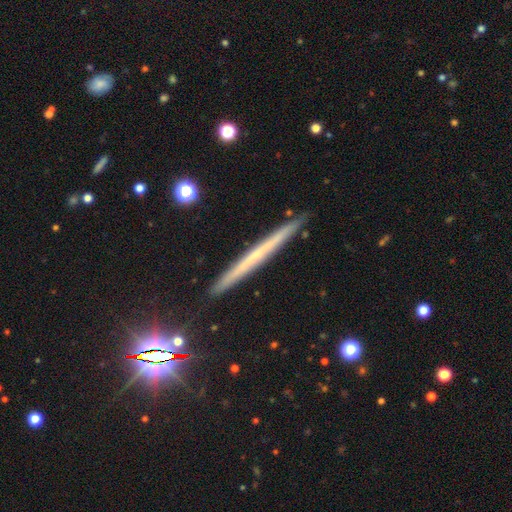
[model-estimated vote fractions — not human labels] A featured or disk galaxy (53%) viewed edge-on (97%) with no central bulge (83%). Merging: none (91%).